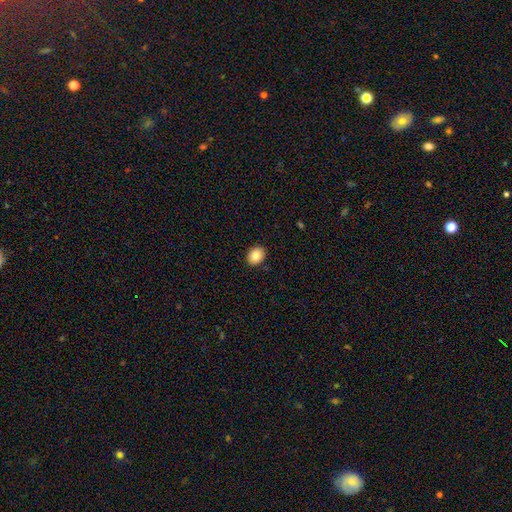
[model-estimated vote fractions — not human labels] Smooth or featured? smooth (84%)
How rounded? in between (53%)
Merging? none (90%)